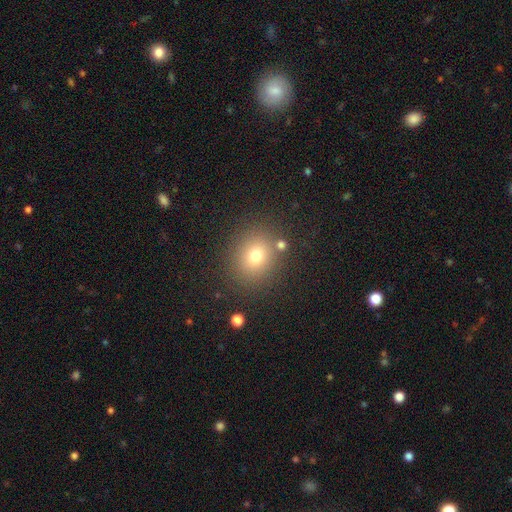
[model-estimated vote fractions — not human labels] A smooth galaxy with no disk features (73%) that is round (74%). Merging: none (82%).